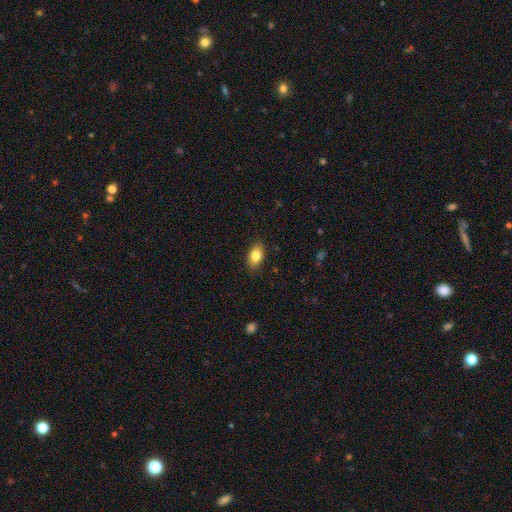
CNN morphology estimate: A smooth galaxy with no disk features (83%) that is in between round and cigar-shaped (88%). Merging: none (87%).